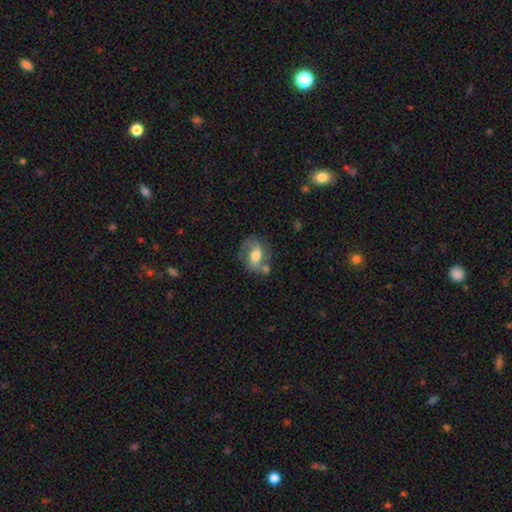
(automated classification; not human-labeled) Morphology: type=featured or disk (60%); edge-on=no (94%); bar=weak (40%); spiral arms=yes (78%); bulge=moderate (67%); merging=none (59%).